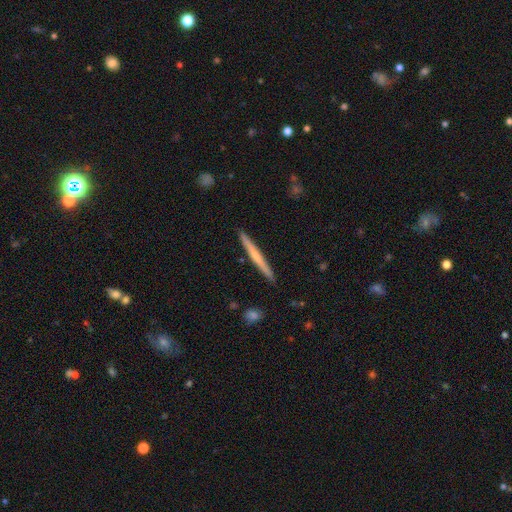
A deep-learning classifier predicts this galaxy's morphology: Q: Smooth or featured?
A: smooth (50%); runner-up: featured or disk (45%)
Q: How rounded?
A: cigar-shaped (97%); runner-up: in between (2%)
Q: Merging?
A: none (91%); runner-up: minor disturbance (6%)